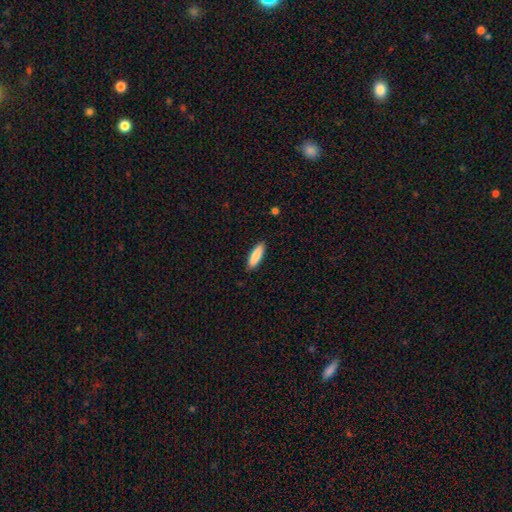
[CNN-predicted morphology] Smooth or featured? smooth (87%)
How rounded? cigar-shaped (59%)
Merging? none (90%)